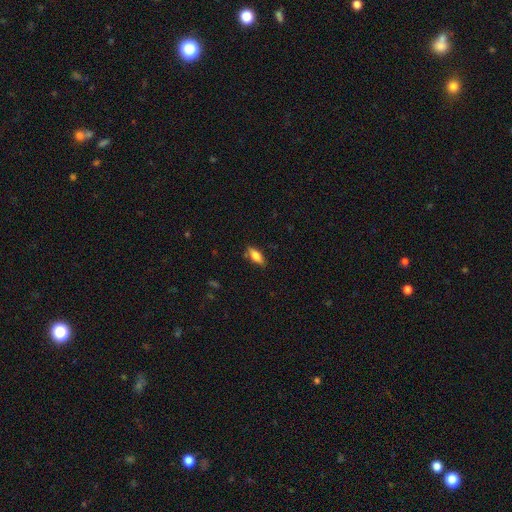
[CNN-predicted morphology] smooth 71%, featured or disk 21%, star or artifact 7%. Down the decision tree: how rounded — in between (73%); merging — none (80%).